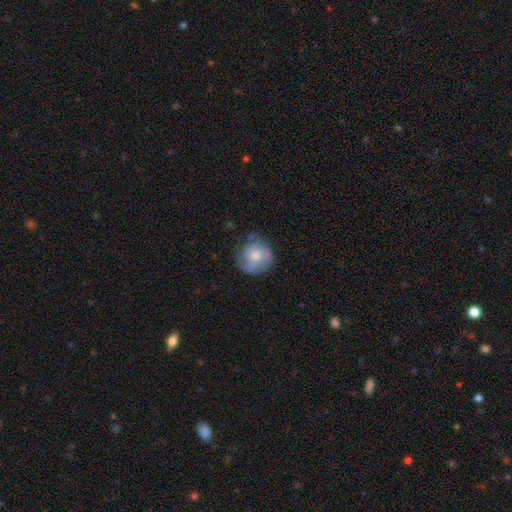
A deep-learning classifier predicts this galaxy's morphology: A smooth galaxy with no disk features (56%) that is round (87%).

Vote fractions:
- Smooth or featured? smooth: 56% / featured or disk: 37% / star or artifact: 7%
- How rounded? round: 87% / in between: 12% / cigar-shaped: 1%
- Merging? none: 62% / minor disturbance: 25% / major disturbance: 11% / merger: 2%